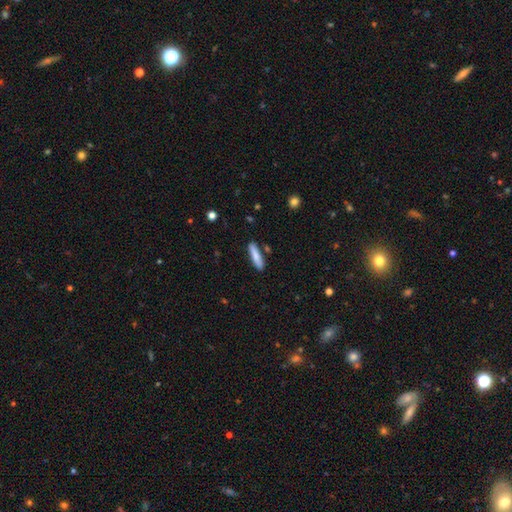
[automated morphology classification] Smooth or featured? smooth (82%)
How rounded? cigar-shaped (78%)
Merging? none (86%)